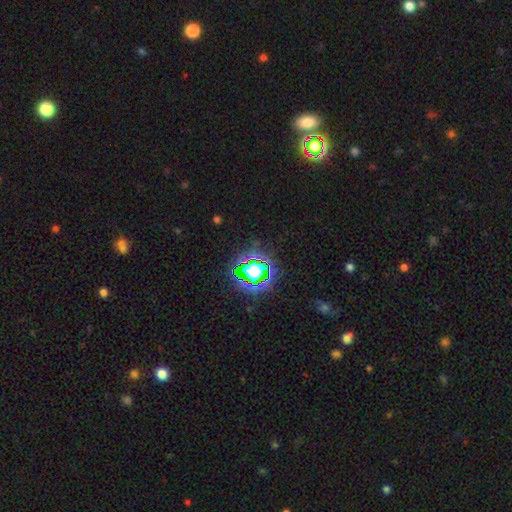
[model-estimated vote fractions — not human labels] smooth-or-featured: star or artifact: 80% | smooth: 13% | featured or disk: 7%